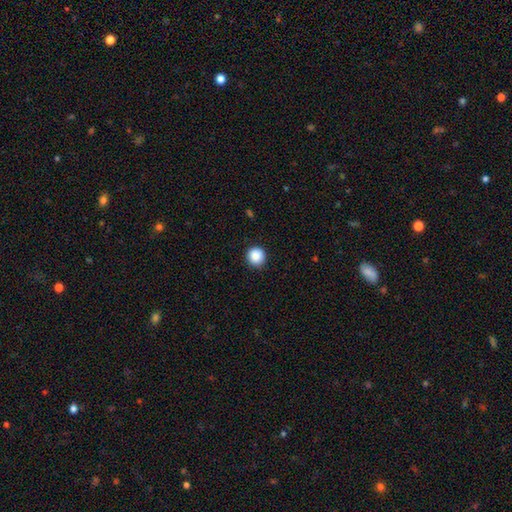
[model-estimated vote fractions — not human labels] This is clearly a smooth galaxy (88%). How rounded: clearly round (95%). Merging: clearly none (90%).